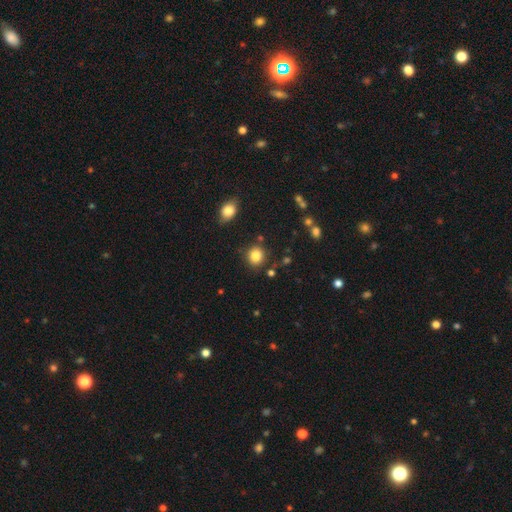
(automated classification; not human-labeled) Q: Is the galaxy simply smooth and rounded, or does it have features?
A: smooth — 84%.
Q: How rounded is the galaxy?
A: round — 82%.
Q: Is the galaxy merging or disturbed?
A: none — 85%.